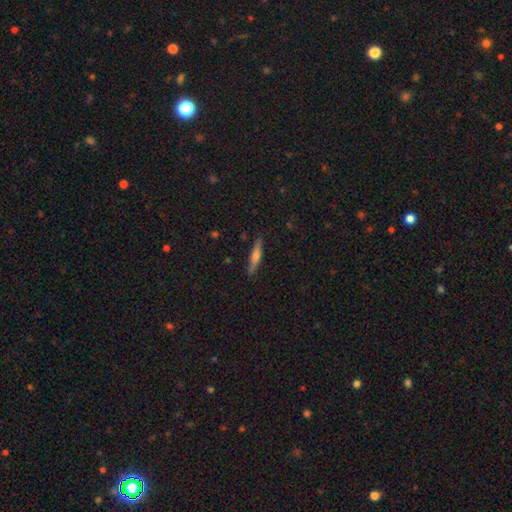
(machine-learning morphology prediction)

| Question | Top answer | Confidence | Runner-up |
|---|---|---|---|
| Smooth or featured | featured or disk | 53% | smooth (39%) |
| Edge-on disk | yes | 95% | no (5%) |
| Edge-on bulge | rounded | 83% | none (10%) |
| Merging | none | 89% | minor disturbance (9%) |